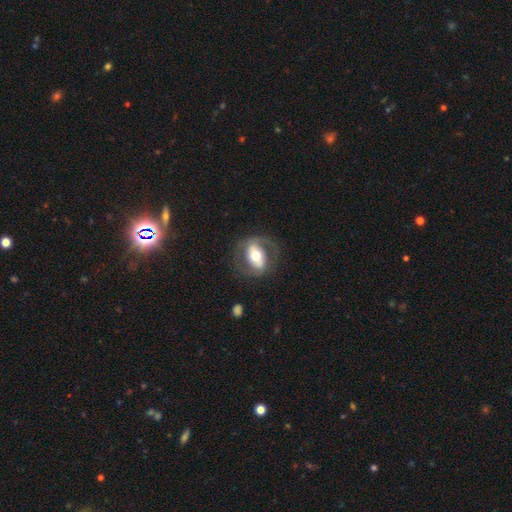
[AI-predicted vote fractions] The model was most divided on "bar": strong: 48%, no: 27%, weak: 26%. More confident: edge-on disk — no (93%); merging — none (69%); spiral arms — yes (69%); smooth or featured — featured or disk (67%); bulge size — moderate (66%).